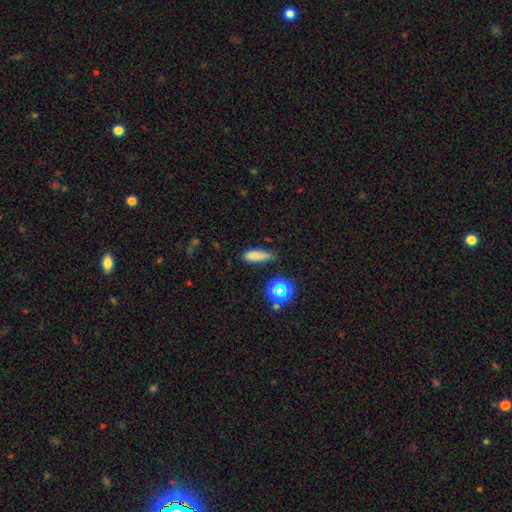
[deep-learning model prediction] This is likely a smooth galaxy (76%). How rounded: possibly cigar-shaped (50%). Merging: likely none (65%).